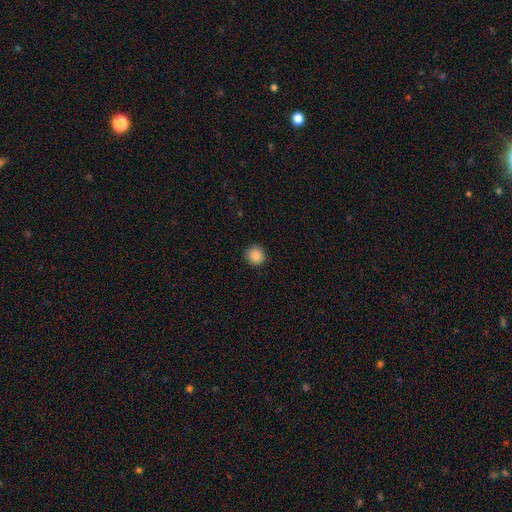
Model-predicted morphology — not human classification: smooth_or_featured: smooth (p=0.88) [alt: star or artifact p=0.09]
how_rounded: round (p=0.93) [alt: in between p=0.06]
merging: none (p=0.91) [alt: minor disturbance p=0.06]